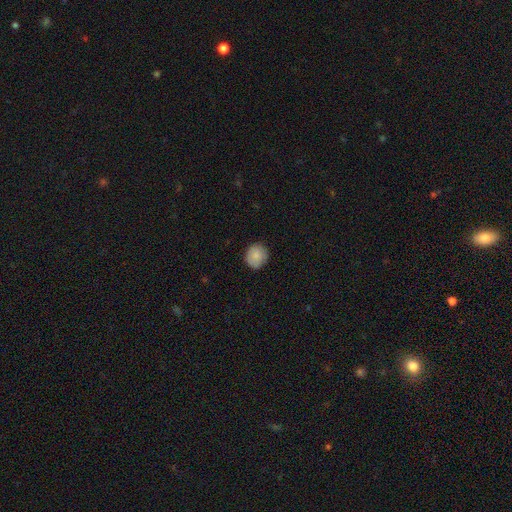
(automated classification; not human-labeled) smooth 84%, featured or disk 9%, star or artifact 7%. Down the decision tree: how rounded — round (84%); merging — none (83%).